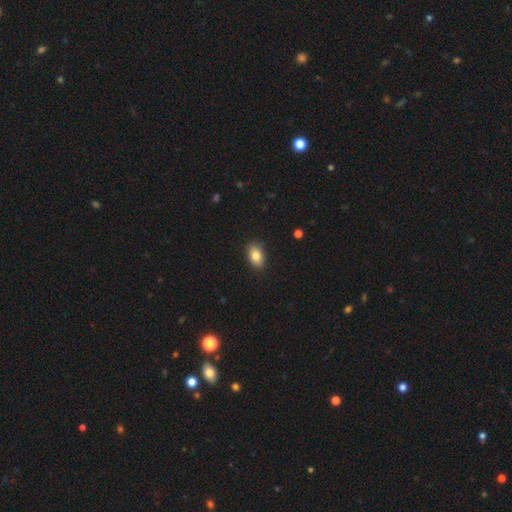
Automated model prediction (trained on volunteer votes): Smooth or featured? Predicted: smooth (p=0.83). How rounded? Predicted: in between (p=0.89). Merging? Predicted: none (p=0.88).